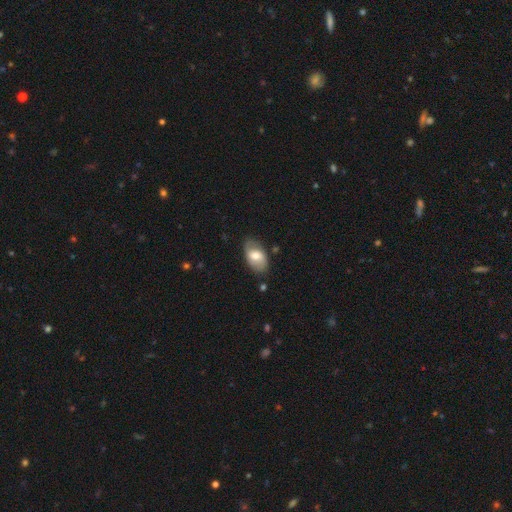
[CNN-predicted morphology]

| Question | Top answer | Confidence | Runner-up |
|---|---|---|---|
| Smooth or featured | smooth | 61% | featured or disk (32%) |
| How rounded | in between | 92% | round (6%) |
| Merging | none | 75% | minor disturbance (18%) |